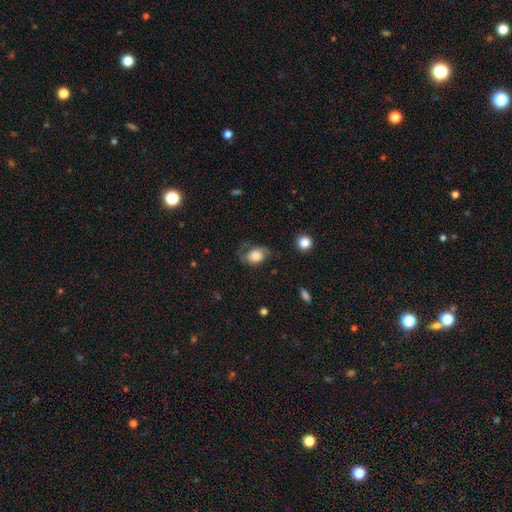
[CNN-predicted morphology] This is possibly a smooth galaxy (58%). How rounded: likely in between (64%). Merging: possibly none (48%).